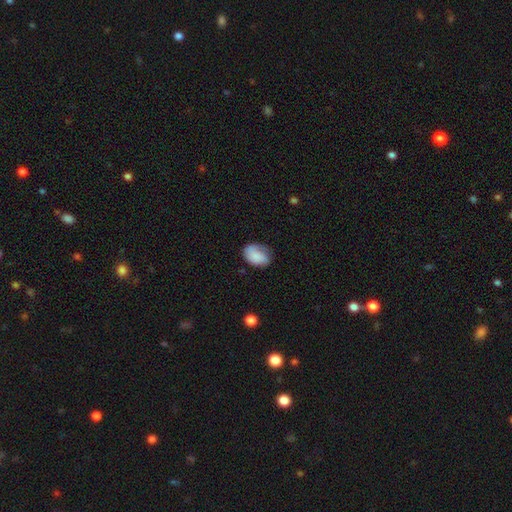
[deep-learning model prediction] This appears to be a smooth galaxy with no disk features (78%) that is in between round and cigar-shaped (83%). Merging: none (52%).